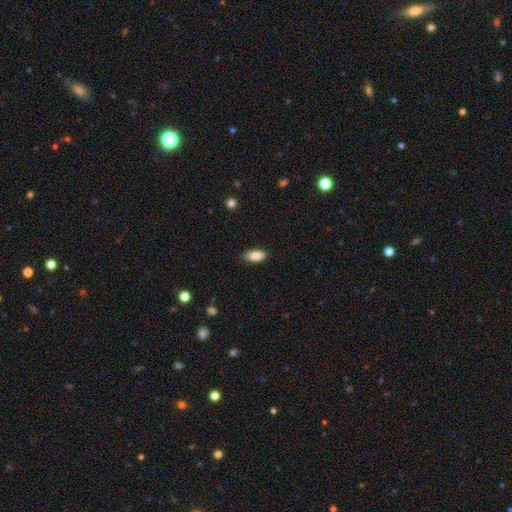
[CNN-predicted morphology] smooth 86%, featured or disk 7%, star or artifact 7%. Down the decision tree: how rounded — in between (88%); merging — none (86%).